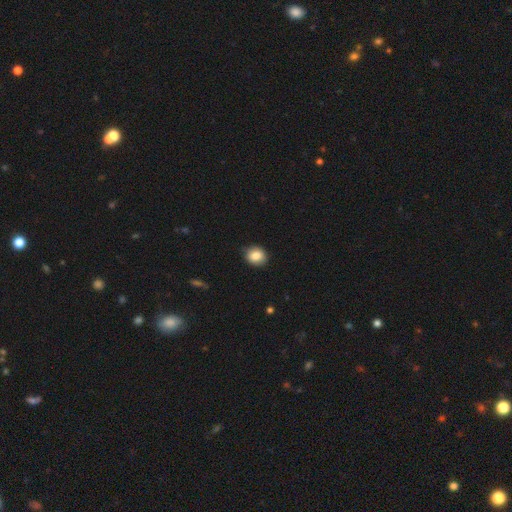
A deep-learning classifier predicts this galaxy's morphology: This is clearly a smooth galaxy (84%). How rounded: likely round (64%). Merging: clearly none (81%).